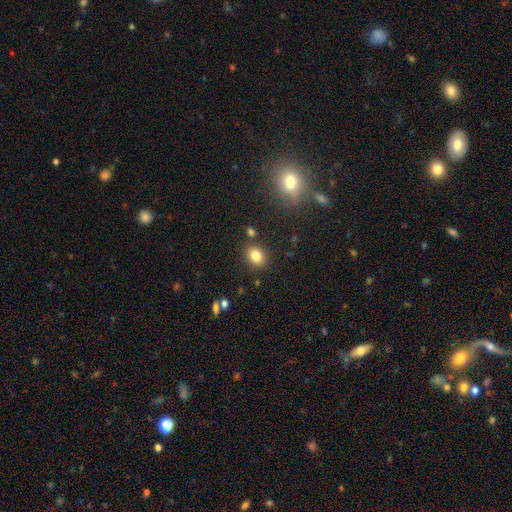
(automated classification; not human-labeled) Overall: smooth (82%). How rounded: in between (64%; round 34%). Merging: none (82%).